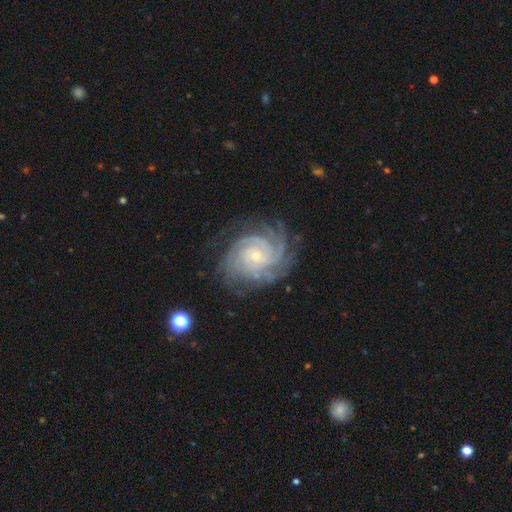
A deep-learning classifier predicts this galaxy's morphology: featured or disk 90%, star or artifact 6%, smooth 4%. Down the decision tree: edge-on disk — no (98%); bar — no (74%); spiral arms — yes (98%); spiral arm count — 4 (35%); spiral winding — tight (78%); bulge size — small (79%); merging — none (77%).